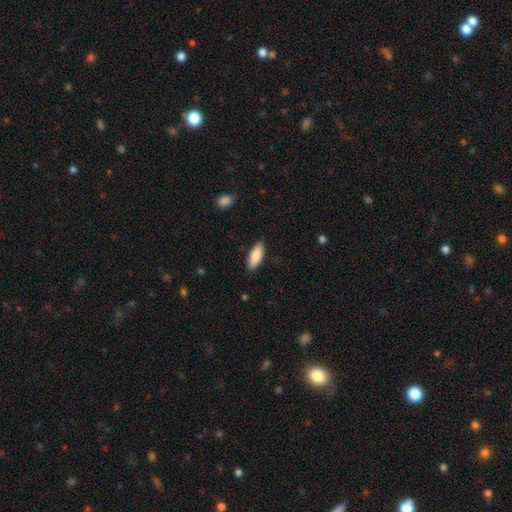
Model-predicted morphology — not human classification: smooth-or-featured: smooth: 83% | featured or disk: 12% | star or artifact: 6%
  how-rounded: in between: 75% | cigar-shaped: 23% | round: 2%
  merging: none: 88% | minor disturbance: 9% | major disturbance: 2% | merger: 1%